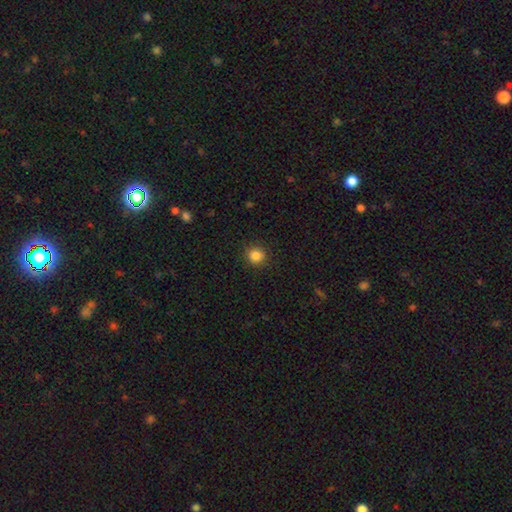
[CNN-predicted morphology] Smooth or featured?
  - smooth: 85% *
  - star or artifact: 11%
  - featured or disk: 4%
How rounded?
  - round: 92% *
  - in between: 7%
  - cigar-shaped: 1%
Merging?
  - none: 91% *
  - minor disturbance: 6%
  - major disturbance: 2%
  - merger: 1%